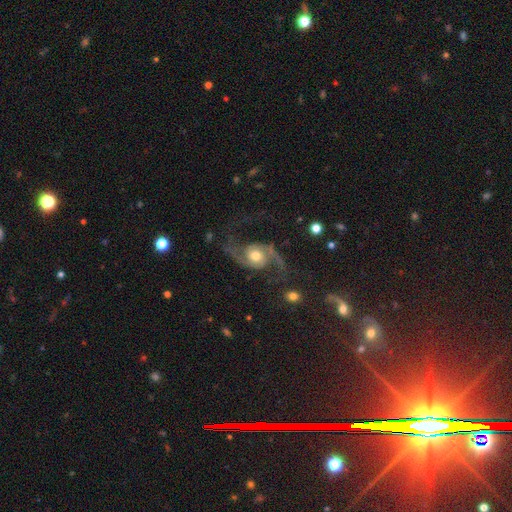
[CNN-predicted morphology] smooth_or_featured: featured or disk (p=0.89) [alt: smooth p=0.06]
disk_edge_on: no (p=0.97) [alt: yes p=0.03]
bar: no (p=0.67) [alt: weak p=0.26]
has_spiral_arms: yes (p=0.97) [alt: no p=0.03]
spiral_winding: loose (p=0.62) [alt: medium p=0.32]
spiral_arm_count: 2 (p=0.94) [alt: can't tell p=0.01]
bulge_size: moderate (p=0.67) [alt: small p=0.15]
merging: none (p=0.67) [alt: minor disturbance p=0.16]